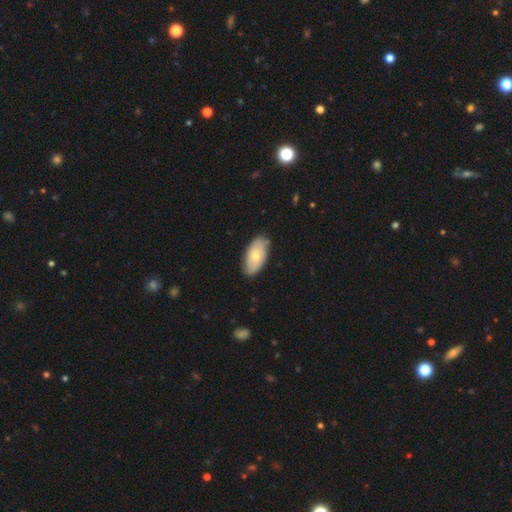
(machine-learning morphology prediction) smooth-or-featured: smooth: 65% | featured or disk: 29% | star or artifact: 6%
  how-rounded: in between: 94% | round: 3% | cigar-shaped: 3%
  merging: none: 82% | minor disturbance: 15% | major disturbance: 2% | merger: 1%